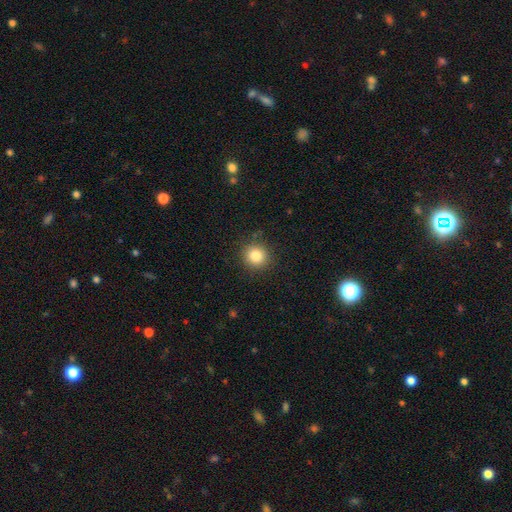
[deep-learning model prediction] Overall: smooth (83%). How rounded: round (92%). Merging: none (89%).